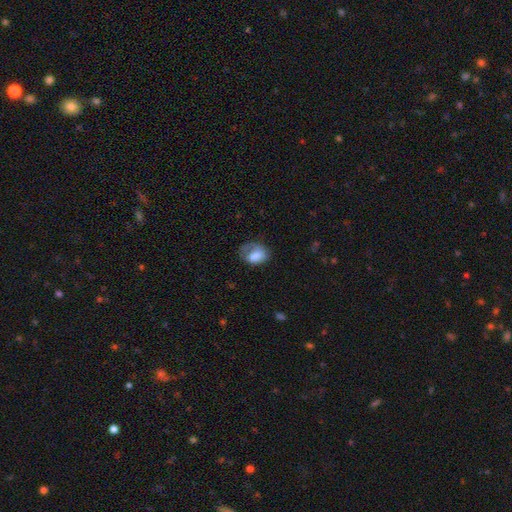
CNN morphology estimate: smooth 72%, featured or disk 19%, star or artifact 8%. Down the decision tree: how rounded — in between (67%); merging — none (36%).